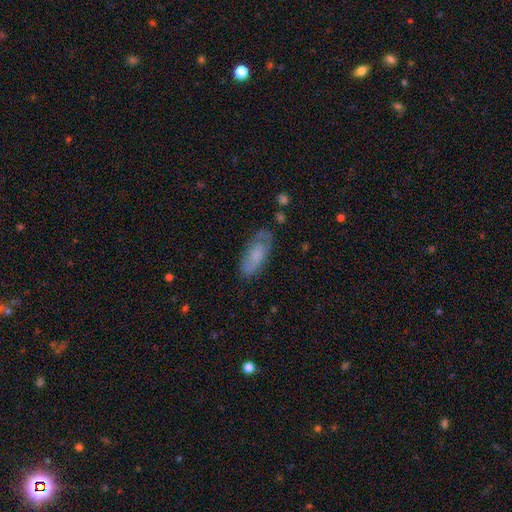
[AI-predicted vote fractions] Overall: smooth (60%; featured or disk 32%). How rounded: in between (79%). Merging: none (67%).